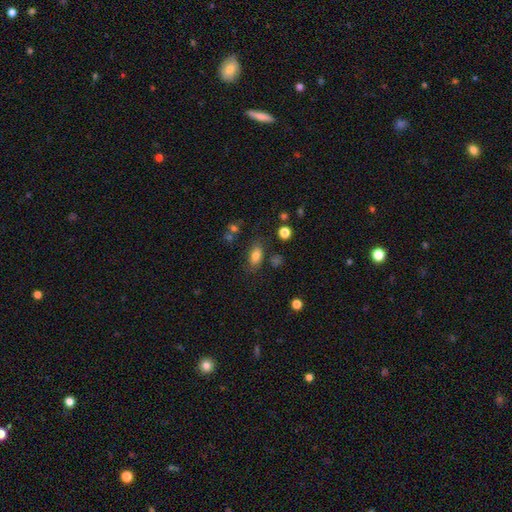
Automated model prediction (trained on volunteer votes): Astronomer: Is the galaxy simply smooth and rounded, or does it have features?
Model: smooth — 80%.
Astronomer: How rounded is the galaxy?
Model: in between — 86%.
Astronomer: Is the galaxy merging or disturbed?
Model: none — 74%.